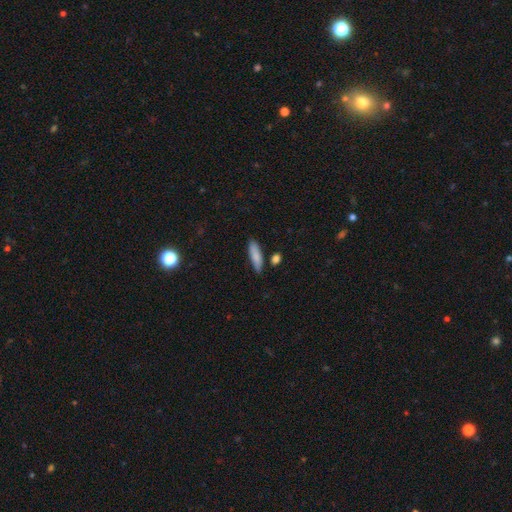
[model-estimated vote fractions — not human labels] This is clearly a smooth galaxy (84%). How rounded: possibly cigar-shaped (58%). Merging: likely none (77%).